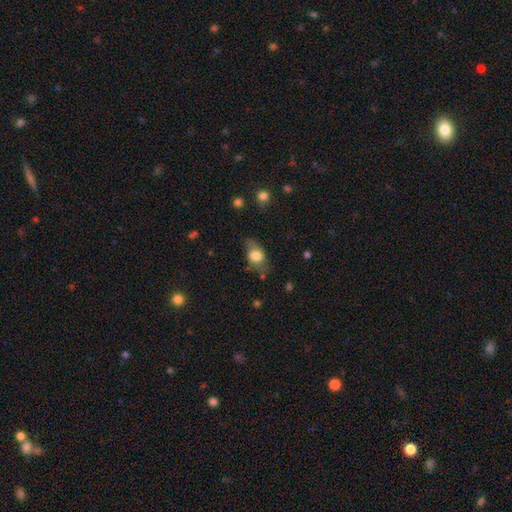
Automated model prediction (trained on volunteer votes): Q: Smooth or featured?
A: smooth (70%); runner-up: featured or disk (22%)
Q: How rounded?
A: in between (77%); runner-up: round (19%)
Q: Merging?
A: none (67%); runner-up: minor disturbance (23%)